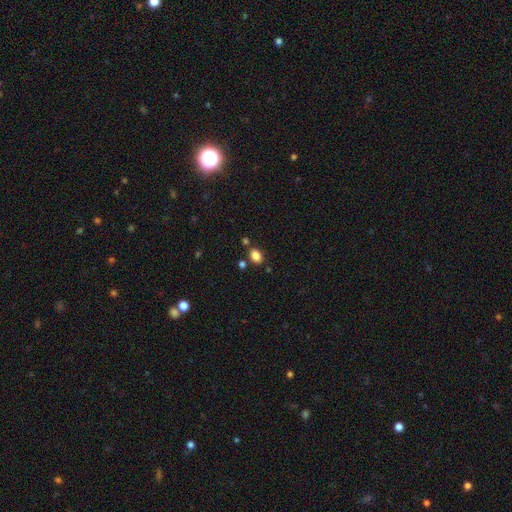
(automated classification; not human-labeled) smooth-or-featured: smooth: 85% | star or artifact: 11% | featured or disk: 5%
  how-rounded: in between: 78% | round: 21% | cigar-shaped: 1%
  merging: none: 78% | minor disturbance: 11% | merger: 8% | major disturbance: 3%